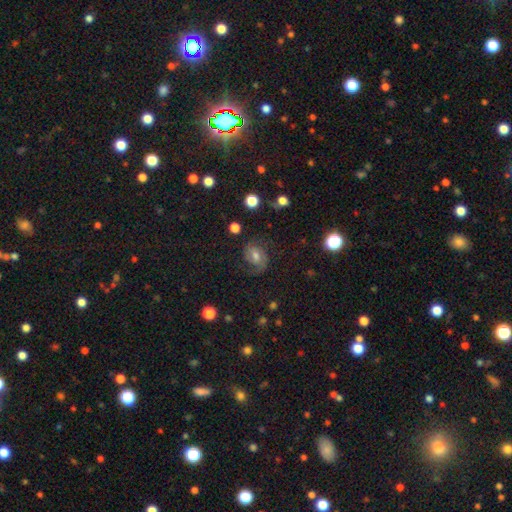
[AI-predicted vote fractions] The model was most divided on "bar": weak: 46%, no: 39%, strong: 15%. Remaining: edge-on disk — no (97%); spiral arms — yes (90%); spiral arm count — 2 (74%); merging — none (70%); smooth or featured — featured or disk (67%); bulge size — moderate (63%); spiral winding — medium (46%).